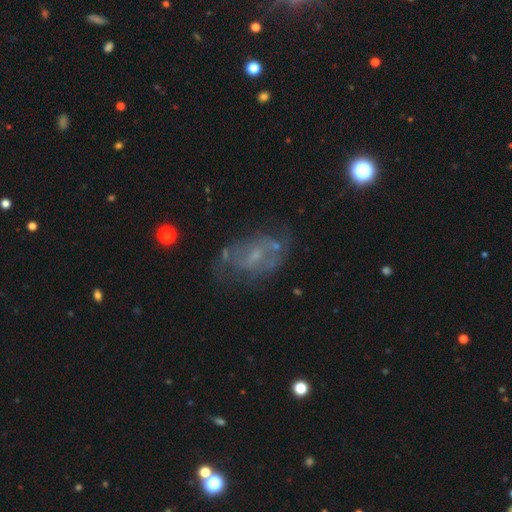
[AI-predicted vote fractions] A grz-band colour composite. It shows a featured or disk galaxy (64%) with no bar (53%), spiral arms (51%) and a small central bulge (56%). Merging: none (54%).